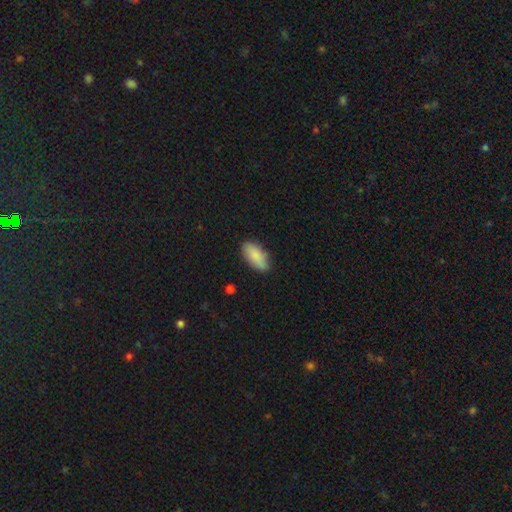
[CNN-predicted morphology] type=smooth (86%); roundness=in between (89%); merging=none (81%).